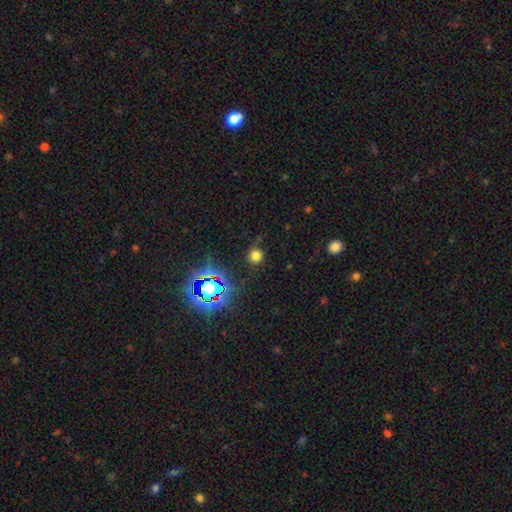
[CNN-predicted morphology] smooth_or_featured: smooth (p=0.68) [alt: star or artifact p=0.25]
how_rounded: round (p=0.91) [alt: in between p=0.08]
merging: none (p=0.77) [alt: minor disturbance p=0.14]